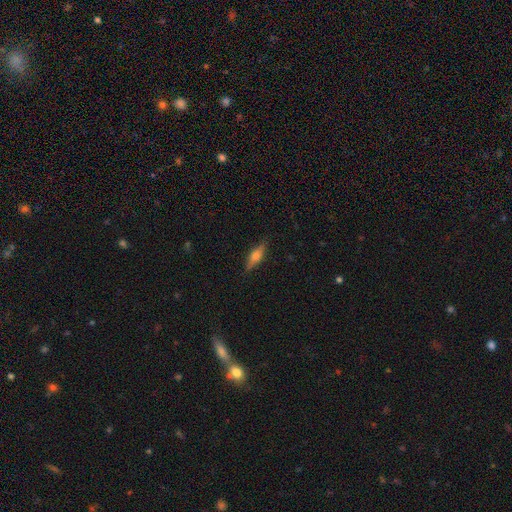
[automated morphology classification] A smooth galaxy with no disk features (47%).

Vote fractions:
- Smooth or featured? smooth: 47% / featured or disk: 45% / star or artifact: 8%
- Merging? none: 85% / minor disturbance: 11% / major disturbance: 2% / merger: 1%